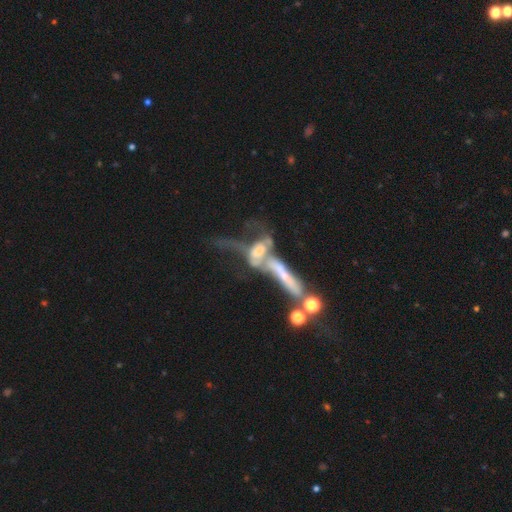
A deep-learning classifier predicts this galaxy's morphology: Smooth or featured?
  - featured or disk: 63% *
  - smooth: 22%
  - star or artifact: 15%
Edge-on disk?
  - no: 68% *
  - yes: 32%
Merging?
  - merger: 63% *
  - major disturbance: 19%
  - none: 11%
  - minor disturbance: 7%